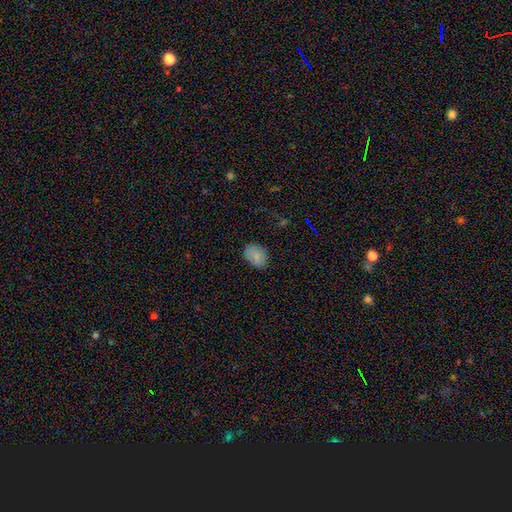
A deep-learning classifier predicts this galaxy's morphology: Smooth or featured?
  - smooth: 82% *
  - star or artifact: 10%
  - featured or disk: 7%
How rounded?
  - in between: 77% *
  - round: 22%
  - cigar-shaped: 1%
Merging?
  - none: 80% *
  - minor disturbance: 16%
  - major disturbance: 3%
  - merger: 1%